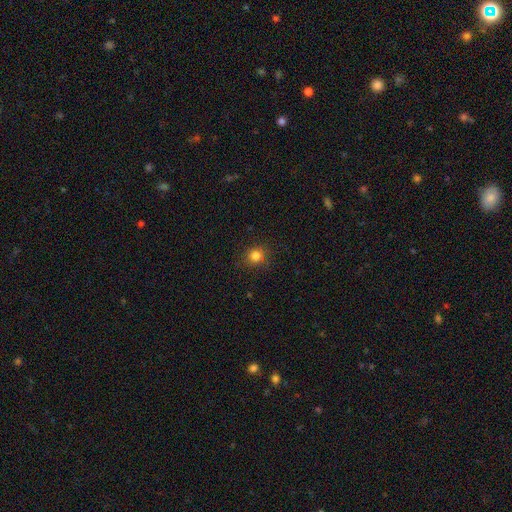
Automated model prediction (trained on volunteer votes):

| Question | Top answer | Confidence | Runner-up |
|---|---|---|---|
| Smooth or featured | smooth | 82% | star or artifact (13%) |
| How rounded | round | 87% | in between (12%) |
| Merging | none | 87% | minor disturbance (9%) |